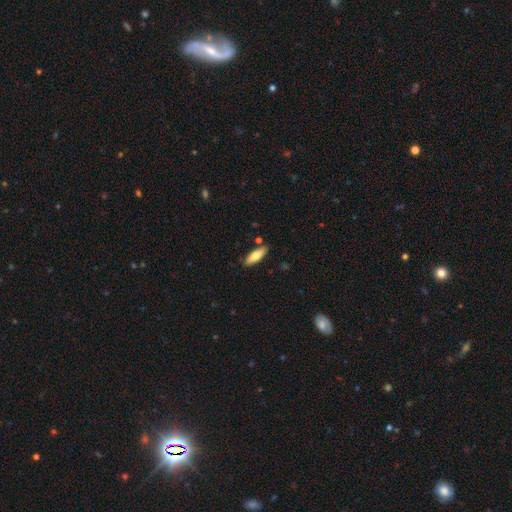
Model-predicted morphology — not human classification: This appears to be a smooth galaxy with no disk features (74%) that is in between round and cigar-shaped (55%). Merging: none (84%).